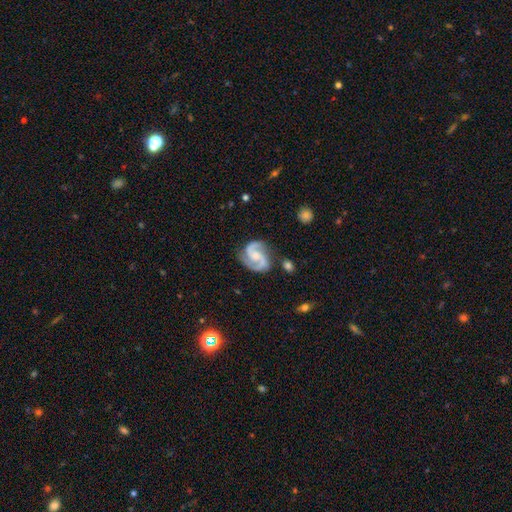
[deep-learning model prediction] smooth_or_featured: featured or disk (p=0.92) [alt: star or artifact p=0.04]
disk_edge_on: no (p=0.98) [alt: yes p=0.02]
bar: no (p=0.51) [alt: weak p=0.38]
has_spiral_arms: yes (p=0.98) [alt: no p=0.02]
spiral_winding: medium (p=0.60) [alt: tight p=0.24]
spiral_arm_count: 2 (p=0.94) [alt: 3 p=0.02]
bulge_size: moderate (p=0.38) [alt: small p=0.37]
merging: none (p=0.79) [alt: minor disturbance p=0.14]